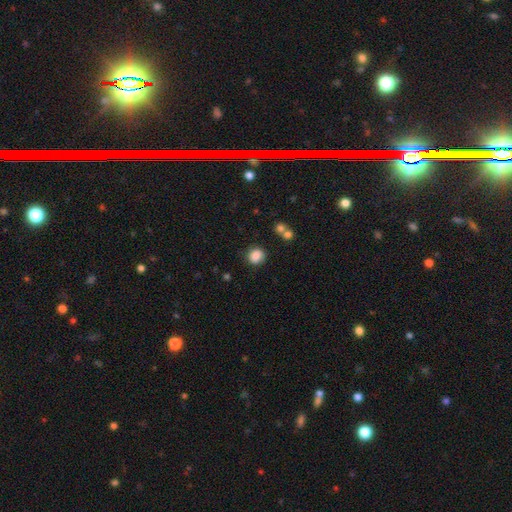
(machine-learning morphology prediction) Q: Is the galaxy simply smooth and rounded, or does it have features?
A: smooth — 86%.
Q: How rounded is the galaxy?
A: round — 81%.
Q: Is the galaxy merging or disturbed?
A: none — 77%.